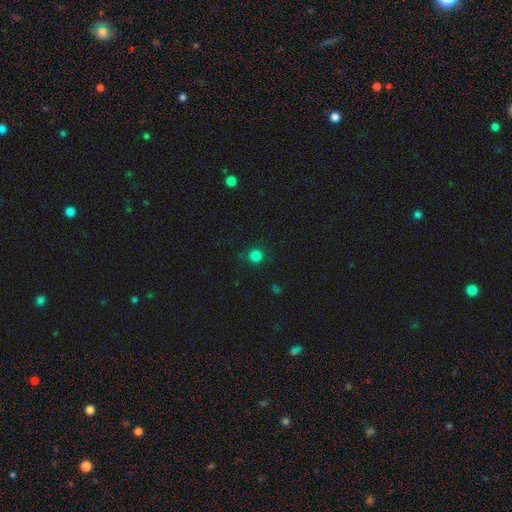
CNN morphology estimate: smooth 82%, star or artifact 15%, featured or disk 4%. Down the decision tree: how rounded — round (95%); merging — none (87%).